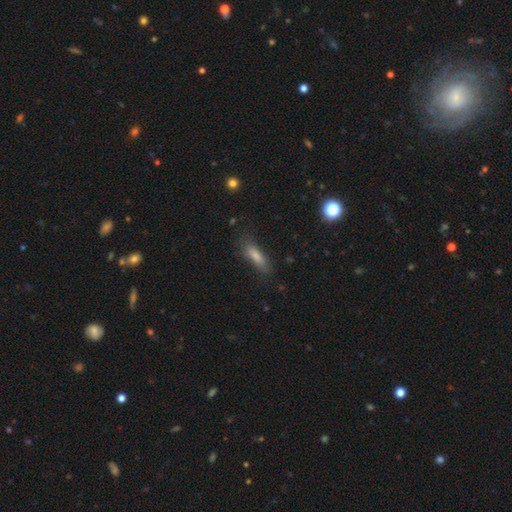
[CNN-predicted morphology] smooth-or-featured: smooth: 77% | featured or disk: 15% | star or artifact: 8%
  how-rounded: in between: 49% (tied) | cigar-shaped: 49% (tied) | round: 2%
  merging: none: 68% | minor disturbance: 21% | major disturbance: 8% | merger: 2%